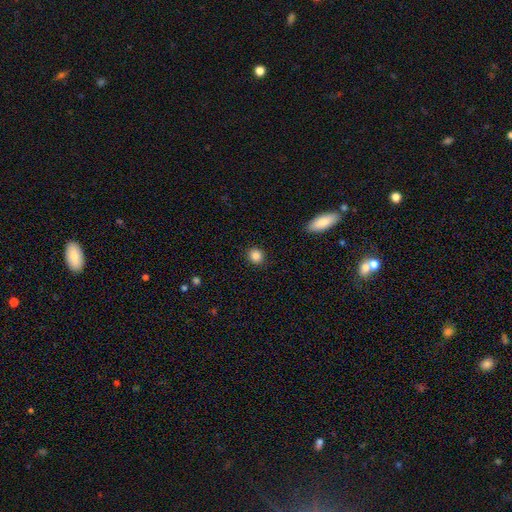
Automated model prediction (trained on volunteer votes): A smooth galaxy with no disk features (86%) that is round (84%).

Vote fractions:
- Smooth or featured? smooth: 86% / star or artifact: 10% / featured or disk: 4%
- How rounded? round: 84% / in between: 15% / cigar-shaped: 1%
- Merging? none: 90% / minor disturbance: 6% / major disturbance: 2% / merger: 1%